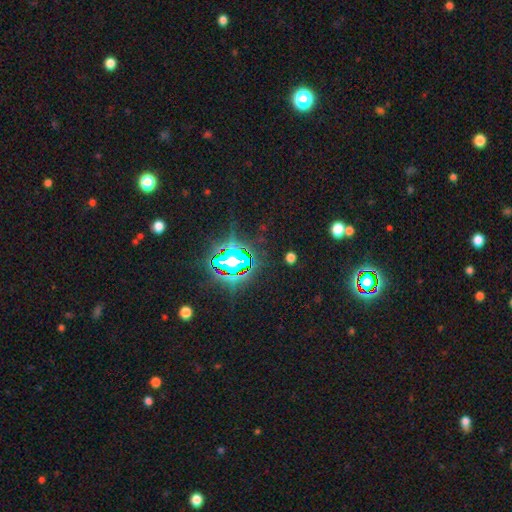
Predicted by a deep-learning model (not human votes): Morphology: type=star or artifact (83%).